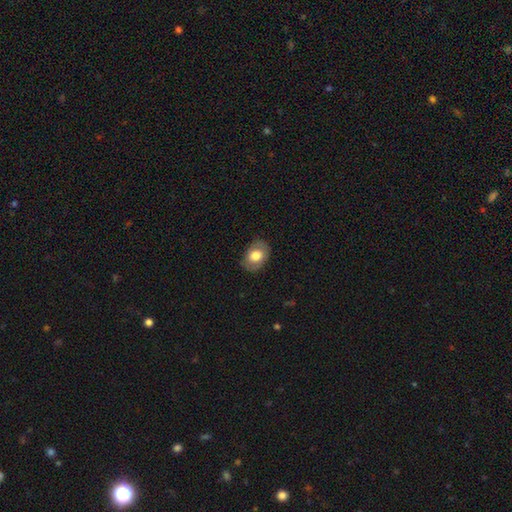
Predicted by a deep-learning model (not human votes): Smooth or featured: smooth — 70% (featured or disk — 23%)
How rounded: in between — 73% (round — 26%)
Merging: none — 80% (minor disturbance — 15%)